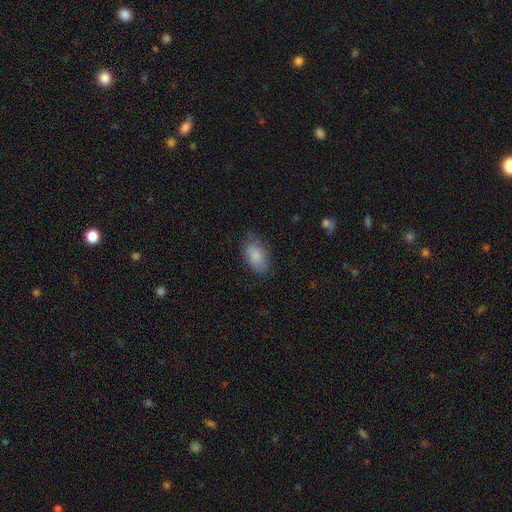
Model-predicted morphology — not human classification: smooth 86%, featured or disk 8%, star or artifact 7%. Down the decision tree: how rounded — in between (92%); merging — none (73%).